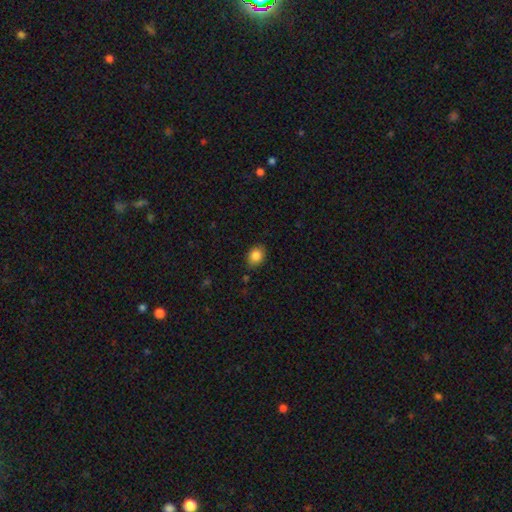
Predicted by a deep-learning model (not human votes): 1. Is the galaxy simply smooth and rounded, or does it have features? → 85% smooth, 9% star or artifact, 6% featured or disk.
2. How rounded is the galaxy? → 57% in between, 42% round, 1% cigar-shaped.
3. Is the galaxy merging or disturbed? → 83% none, 13% minor disturbance, 3% major disturbance, 2% merger.